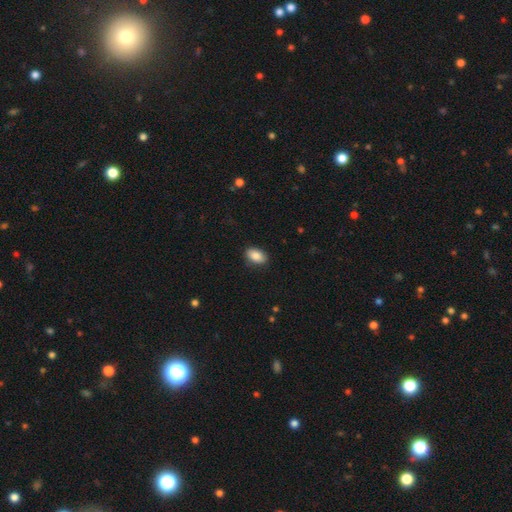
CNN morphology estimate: This appears to be a smooth galaxy with no disk features (88%) that is in between round and cigar-shaped (92%). Merging: none (87%).